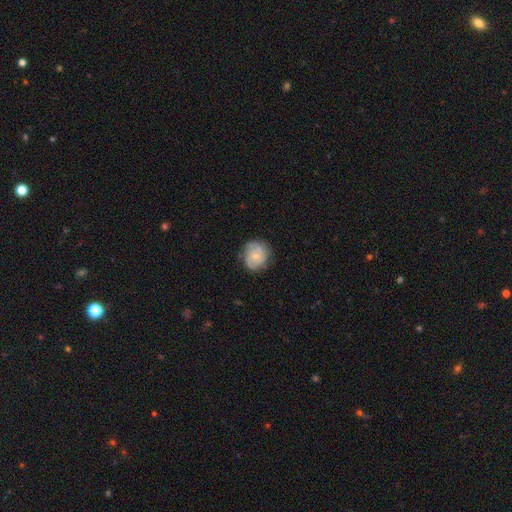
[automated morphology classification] smooth-or-featured: featured or disk: 53% | smooth: 40% | star or artifact: 7%
  disk-edge-on: no: 97% | yes: 3%
    bar: no: 82% | weak: 16% | strong: 3%
    has-spiral-arms: yes: 75% | no: 25%
    bulge-size: small: 61% | moderate: 34% | none: 3% | large: 2% | dominant: 1%
  merging: none: 69% | minor disturbance: 23% | major disturbance: 7% | merger: 2%